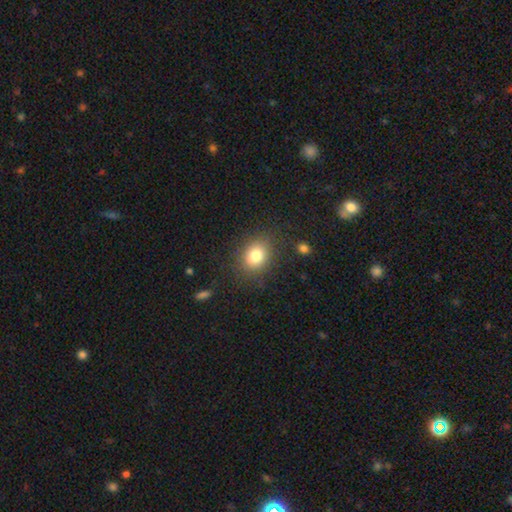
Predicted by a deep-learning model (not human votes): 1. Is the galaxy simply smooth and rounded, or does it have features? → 80% smooth, 11% star or artifact, 9% featured or disk.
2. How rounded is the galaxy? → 52% round, 47% in between, 1% cigar-shaped.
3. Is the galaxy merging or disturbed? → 84% none, 11% minor disturbance, 4% major disturbance, 2% merger.